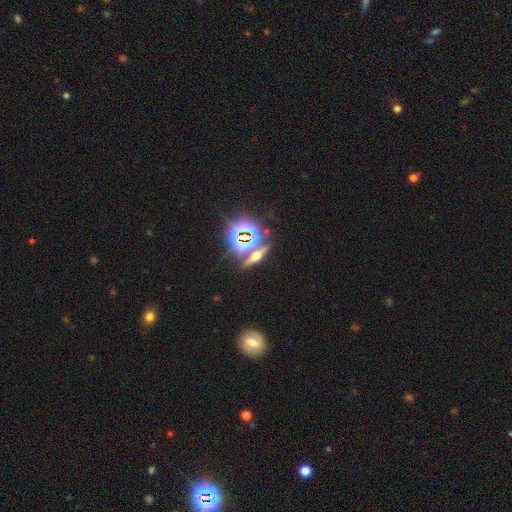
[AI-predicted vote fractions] Q: Smooth or featured?
A: featured or disk (39%); runner-up: star or artifact (37%)
Q: Merging?
A: none (77%); runner-up: merger (11%)